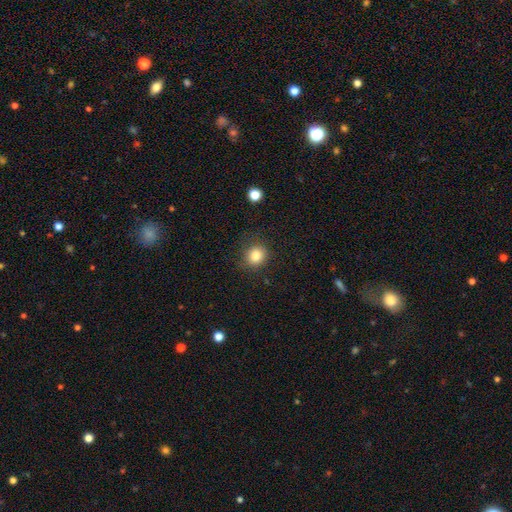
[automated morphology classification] Smooth or featured? Predicted: smooth (p=0.83). How rounded? Predicted: round (p=0.84). Merging? Predicted: none (p=0.83).